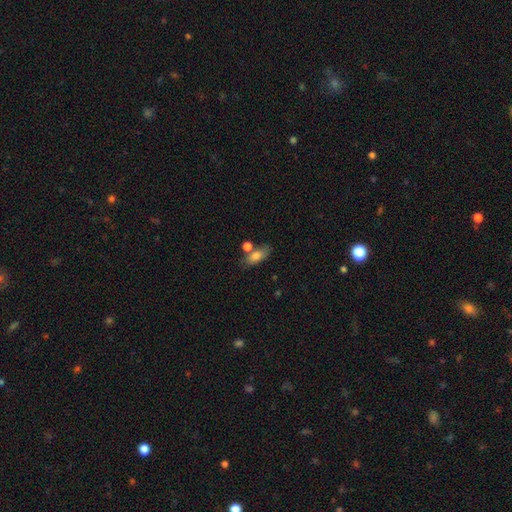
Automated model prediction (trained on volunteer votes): Q: Smooth or featured?
A: smooth (78%); runner-up: featured or disk (14%)
Q: How rounded?
A: in between (81%); runner-up: cigar-shaped (12%)
Q: Merging?
A: none (56%); runner-up: merger (21%)